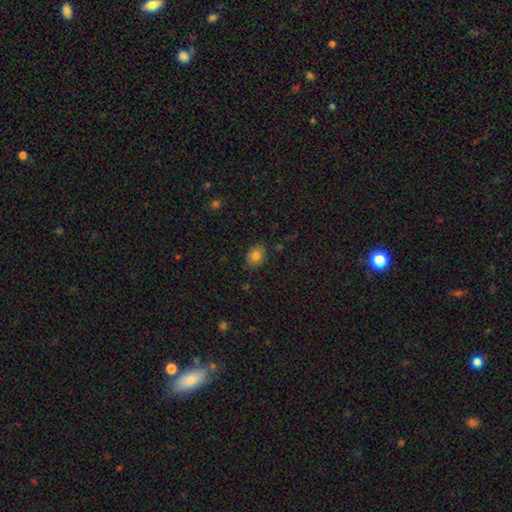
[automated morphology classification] Smooth or featured? Predicted: smooth (p=0.81). How rounded? Predicted: in between (p=0.58). Merging? Predicted: none (p=0.84).